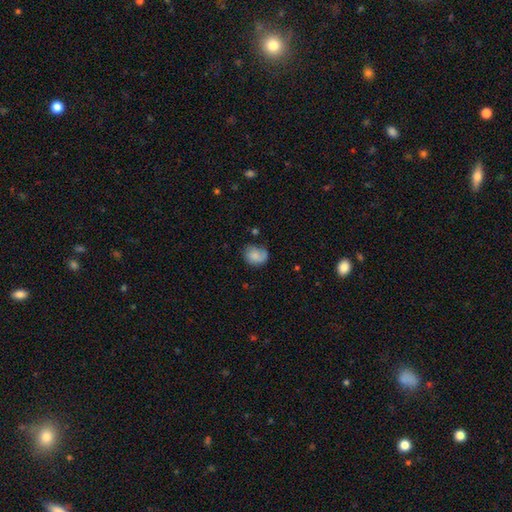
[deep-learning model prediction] Smooth or featured? smooth (65%)
How rounded? round (59%)
Merging? none (55%)